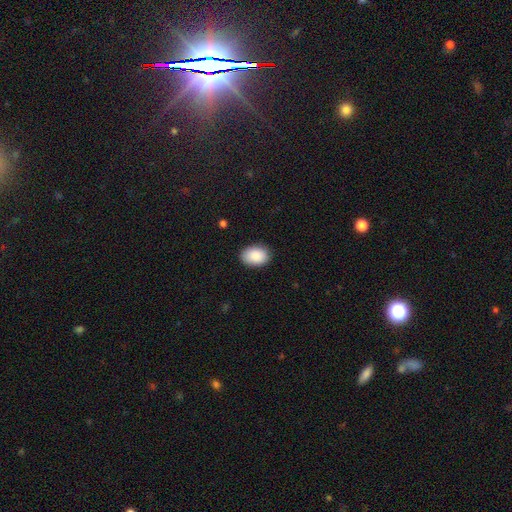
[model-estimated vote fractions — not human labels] Morphology: type=smooth (89%); roundness=in between (84%); merging=none (88%).